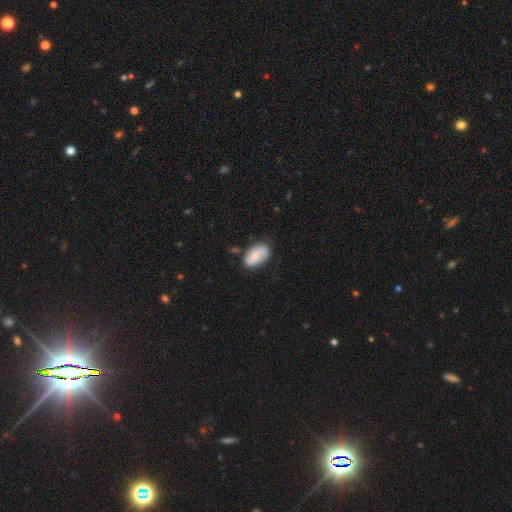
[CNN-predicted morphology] smooth-or-featured: smooth: 70% | featured or disk: 24% | star or artifact: 6%
  how-rounded: in between: 93% | round: 5% | cigar-shaped: 2%
  merging: none: 73% | minor disturbance: 20% | major disturbance: 4% | merger: 4%